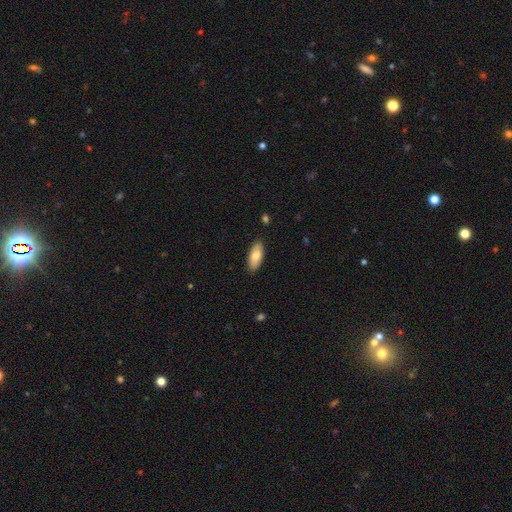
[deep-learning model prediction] A smooth galaxy with no disk features (76%) that is in between round and cigar-shaped (81%).

Vote fractions:
- Smooth or featured? smooth: 76% / featured or disk: 18% / star or artifact: 6%
- How rounded? in between: 81% / cigar-shaped: 17% / round: 2%
- Merging? none: 88% / minor disturbance: 9% / major disturbance: 2% / merger: 1%